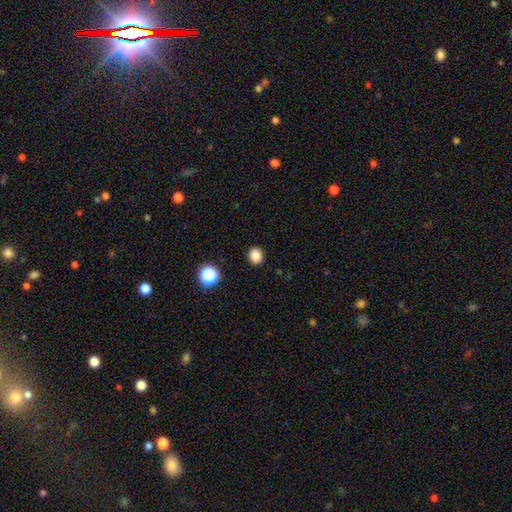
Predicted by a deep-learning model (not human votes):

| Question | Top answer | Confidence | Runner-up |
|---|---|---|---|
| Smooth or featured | smooth | 85% | star or artifact (12%) |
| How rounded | round | 69% | in between (30%) |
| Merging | none | 90% | minor disturbance (7%) |